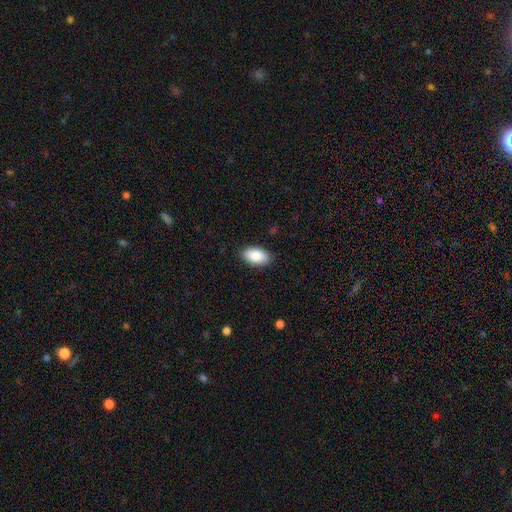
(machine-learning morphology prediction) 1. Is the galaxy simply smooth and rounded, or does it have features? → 87% smooth, 6% featured or disk, 6% star or artifact.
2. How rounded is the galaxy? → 94% in between, 3% round, 2% cigar-shaped.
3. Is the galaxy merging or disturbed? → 88% none, 9% minor disturbance, 2% major disturbance, 1% merger.